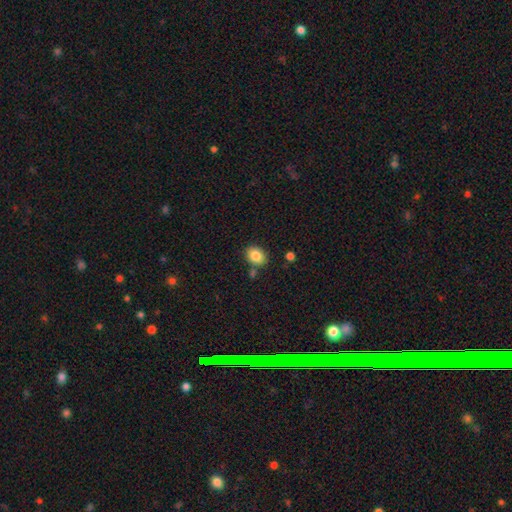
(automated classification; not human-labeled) Q: Smooth or featured?
A: smooth (85%); runner-up: star or artifact (9%)
Q: How rounded?
A: in between (59%); runner-up: round (40%)
Q: Merging?
A: none (78%); runner-up: minor disturbance (12%)